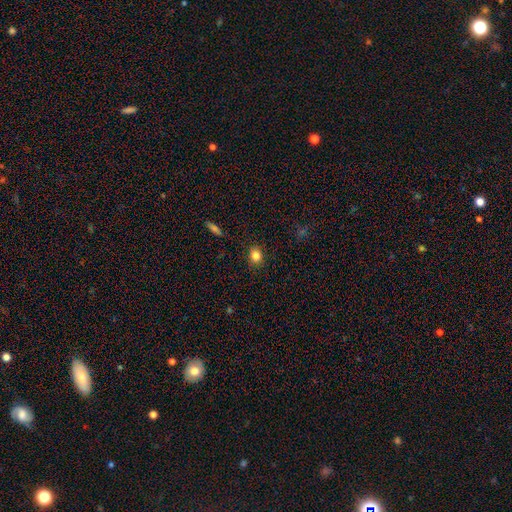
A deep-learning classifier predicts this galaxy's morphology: Smooth or featured?
  - smooth: 83% *
  - star or artifact: 11%
  - featured or disk: 6%
How rounded?
  - round: 65% *
  - in between: 34%
  - cigar-shaped: 1%
Merging?
  - none: 89% *
  - minor disturbance: 8%
  - major disturbance: 2%
  - merger: 1%